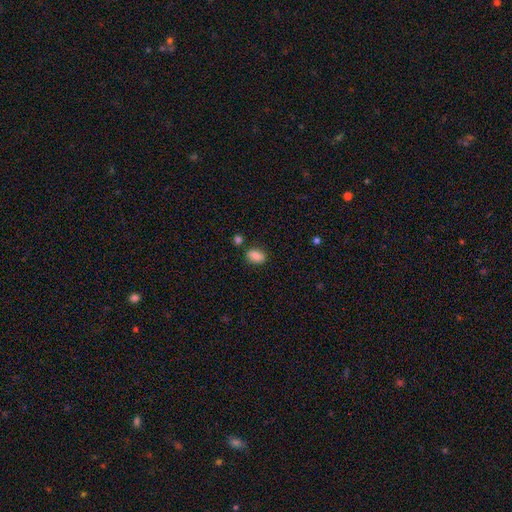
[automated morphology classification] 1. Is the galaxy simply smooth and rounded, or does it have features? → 83% smooth, 9% featured or disk, 8% star or artifact.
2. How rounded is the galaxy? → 83% in between, 15% round, 2% cigar-shaped.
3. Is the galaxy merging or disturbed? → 80% none, 12% minor disturbance, 6% merger, 3% major disturbance.